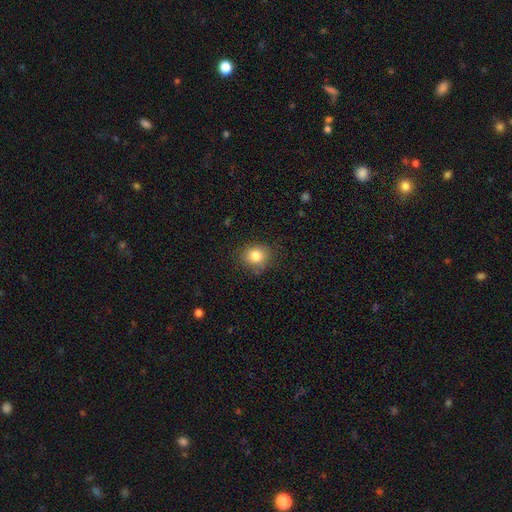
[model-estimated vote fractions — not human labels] Smooth or featured: smooth — 81% (star or artifact — 11%)
How rounded: round — 74% (in between — 25%)
Merging: none — 84% (minor disturbance — 11%)